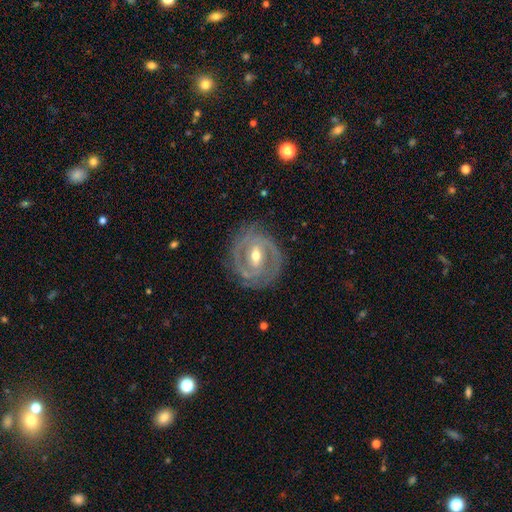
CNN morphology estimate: A featured or disk galaxy (86%) with a strong bar (42%), 2 (74%) tight (61%) spiral arms (86%) and a moderate central bulge (62%).

Vote fractions:
- Smooth or featured? featured or disk: 86% / smooth: 9% / star or artifact: 6%
- Edge-on disk? no: 95% / yes: 5%
- Bar? strong: 42% / weak: 40% / no: 18%
- Spiral arms? yes: 86% / no: 14%
- Spiral winding? tight: 61% / medium: 32% / loose: 8%
- Spiral arm count? 2: 74% / can't tell: 12% / 3: 6% / 1: 3% / 4: 2% / more than 4: 2%
- Bulge size? moderate: 62% / small: 33% / large: 2% / none: 1% / dominant: 1%
- Merging? none: 81% / minor disturbance: 12% / major disturbance: 5% / merger: 1%